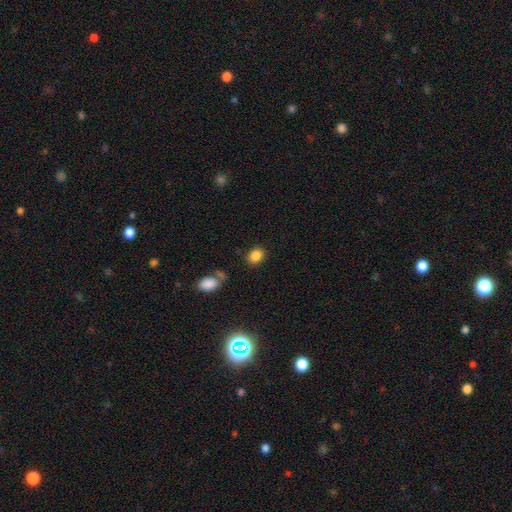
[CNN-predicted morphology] Smooth or featured?
  - smooth: 86% *
  - star or artifact: 9%
  - featured or disk: 5%
How rounded?
  - in between: 66% *
  - round: 33%
  - cigar-shaped: 1%
Merging?
  - none: 81% *
  - minor disturbance: 11%
  - merger: 5%
  - major disturbance: 4%